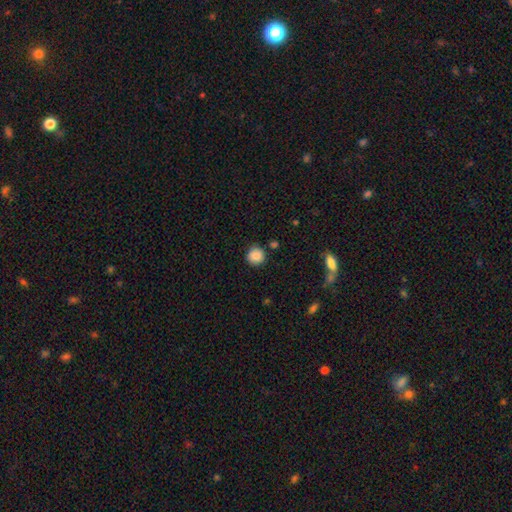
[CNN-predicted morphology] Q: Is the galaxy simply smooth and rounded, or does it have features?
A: smooth — 88%.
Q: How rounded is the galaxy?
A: round — 93%.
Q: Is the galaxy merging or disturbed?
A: none — 87%.